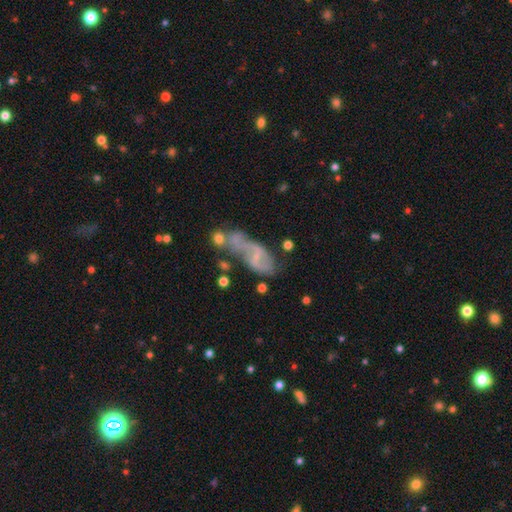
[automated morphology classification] type=featured or disk (64%); edge-on=no (91%); bar=weak (41%); spiral arms=yes (66%); bulge=small (50%); merging=none (27%).